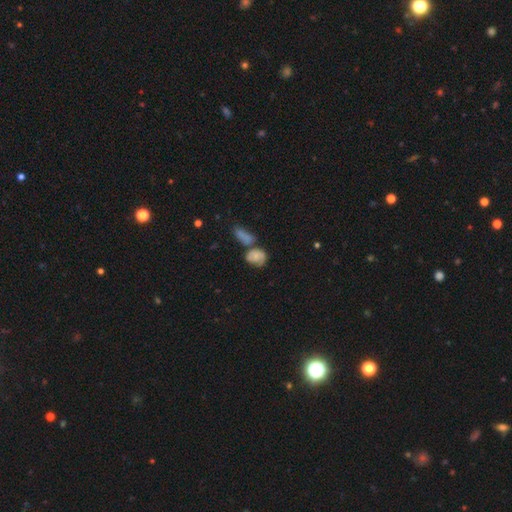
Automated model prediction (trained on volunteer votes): Smooth or featured? smooth (61%)
How rounded? in between (58%)
Merging? none (38%)